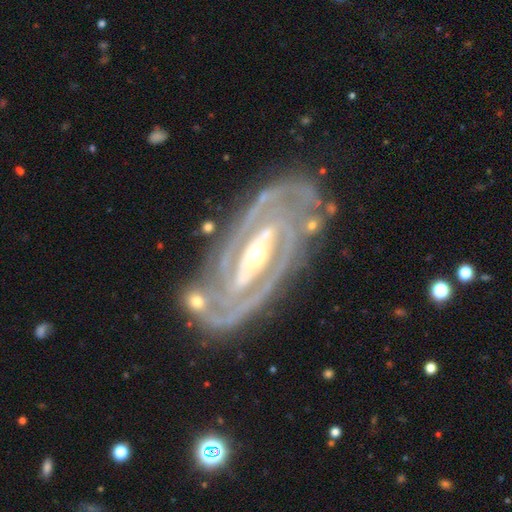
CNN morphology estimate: type=featured or disk (92%); edge-on=no (94%); bar=strong (46%); spiral arms=yes (97%); winding=tight (68%); arm count=2 (76%); bulge=moderate (58%); merging=none (78%).